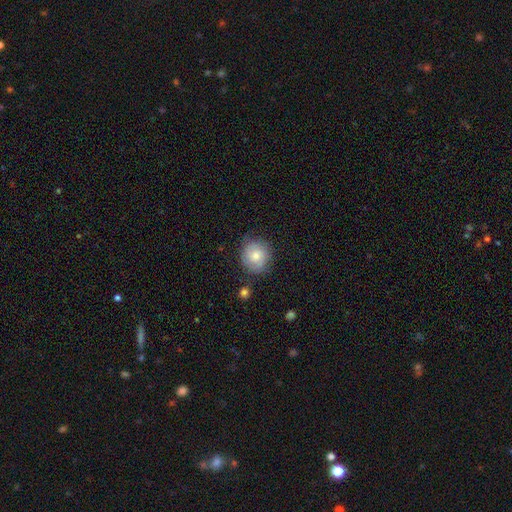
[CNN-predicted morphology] smooth_or_featured: smooth (p=0.59) [alt: featured or disk p=0.34]
how_rounded: round (p=0.87) [alt: in between p=0.12]
merging: none (p=0.75) [alt: minor disturbance p=0.17]